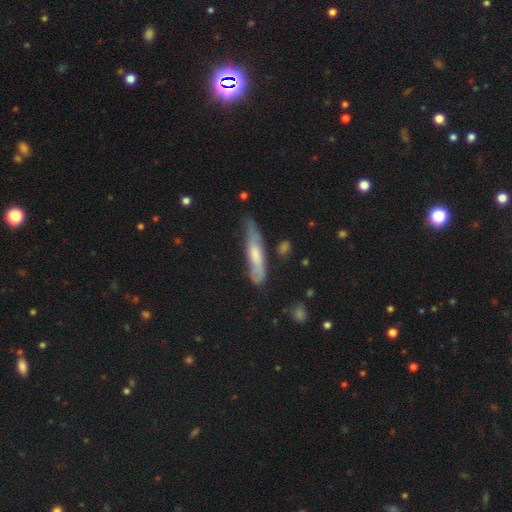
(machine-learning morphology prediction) Smooth or featured? smooth (47%, tied with featured or disk)
Merging? none (56%)